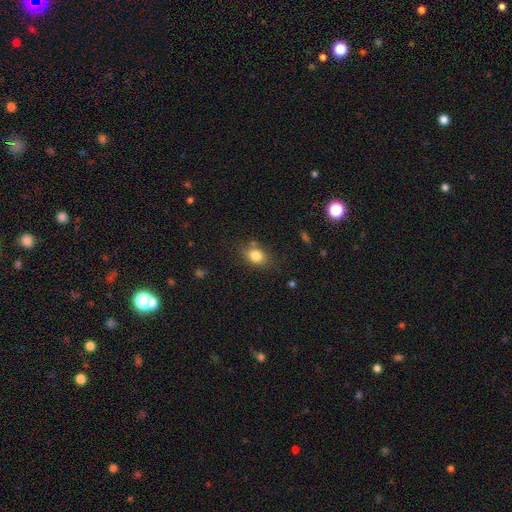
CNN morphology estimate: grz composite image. It shows a smooth galaxy with no disk features (82%) that is in between round and cigar-shaped (64%). Merging: none (77%).